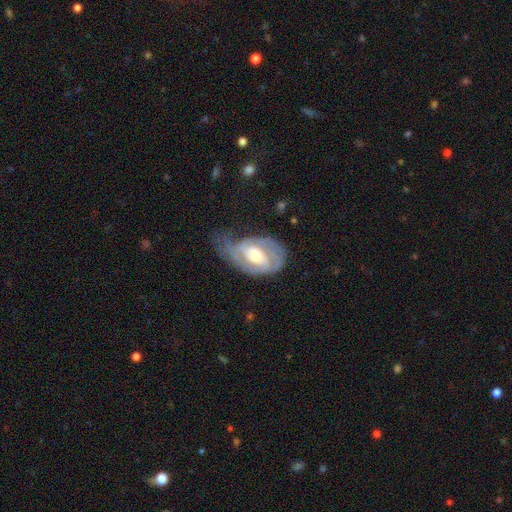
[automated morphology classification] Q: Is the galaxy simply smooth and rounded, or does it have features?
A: featured or disk — 81%.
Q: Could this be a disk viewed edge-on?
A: no — 96%.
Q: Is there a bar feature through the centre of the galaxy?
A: no — 44%.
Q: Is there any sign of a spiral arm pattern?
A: yes — 91%.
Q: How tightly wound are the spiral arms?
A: tight — 57%.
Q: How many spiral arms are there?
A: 2 — 47%.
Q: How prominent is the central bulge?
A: moderate — 67%.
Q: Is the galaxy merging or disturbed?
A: none — 41%.